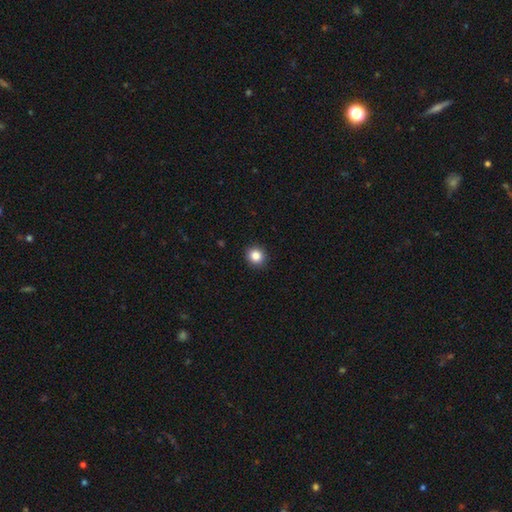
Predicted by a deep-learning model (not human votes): Smooth or featured: smooth — 85% (star or artifact — 10%)
How rounded: round — 88% (in between — 11%)
Merging: none — 92% (minor disturbance — 5%)